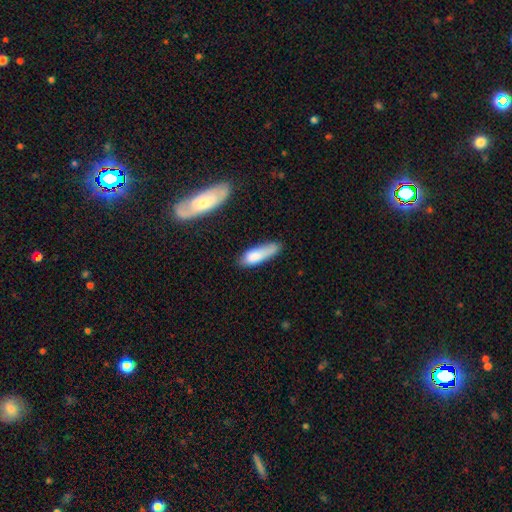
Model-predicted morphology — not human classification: Overall: smooth (80%). How rounded: in between (49%, tied with cigar-shaped). Merging: none (51%; minor disturbance 33%).